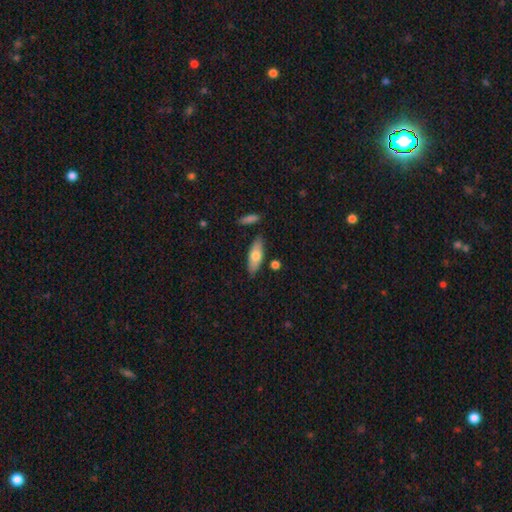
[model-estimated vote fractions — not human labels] smooth-or-featured: smooth: 71% | featured or disk: 23% | star or artifact: 6%
  how-rounded: in between: 69% | cigar-shaped: 28% | round: 3%
  merging: none: 82% | minor disturbance: 11% | merger: 4% | major disturbance: 2%